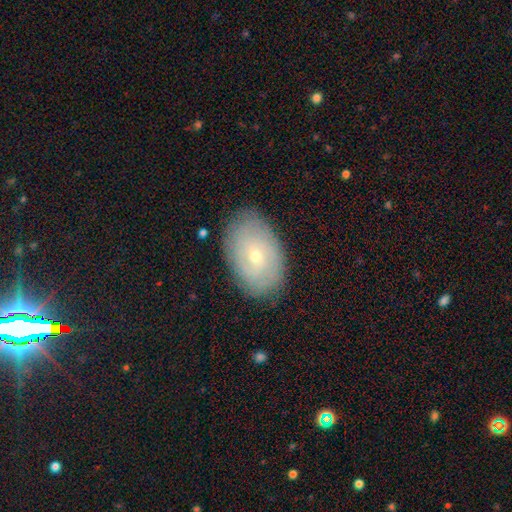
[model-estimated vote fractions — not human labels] Morphology: type=featured or disk (54%); edge-on=no (93%); merging=none (83%).